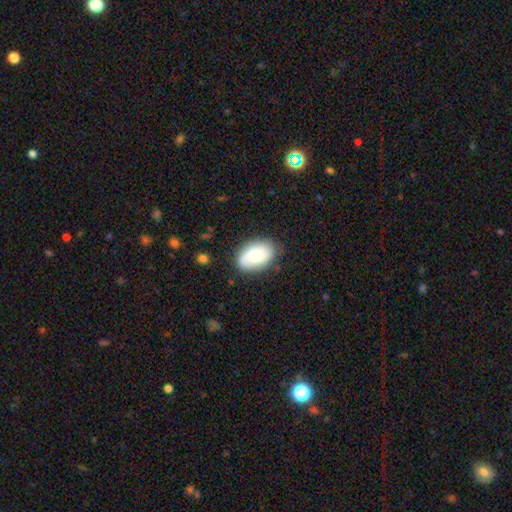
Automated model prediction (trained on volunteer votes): Smooth or featured? Predicted: smooth (p=0.63). How rounded? Predicted: in between (p=0.88). Merging? Predicted: none (p=0.79).